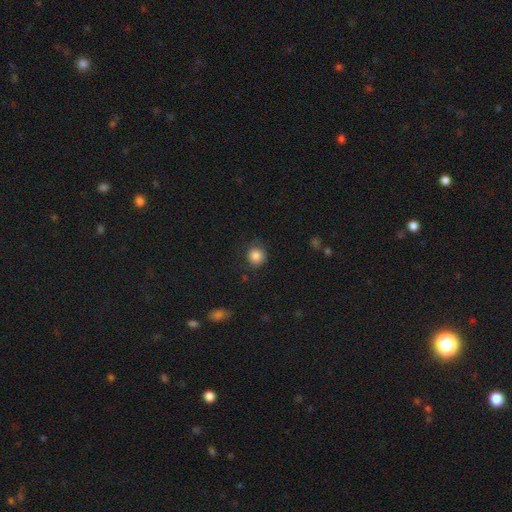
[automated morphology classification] smooth_or_featured: smooth (p=0.86) [alt: star or artifact p=0.10]
how_rounded: round (p=0.90) [alt: in between p=0.09]
merging: none (p=0.80) [alt: minor disturbance p=0.14]